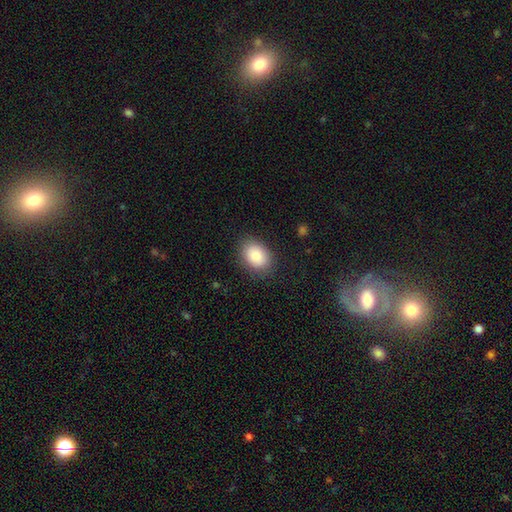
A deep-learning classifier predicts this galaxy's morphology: smooth-or-featured: smooth: 84% | featured or disk: 8% | star or artifact: 8%
  how-rounded: in between: 70% | round: 29% | cigar-shaped: 1%
  merging: none: 85% | minor disturbance: 11% | major disturbance: 3% | merger: 1%